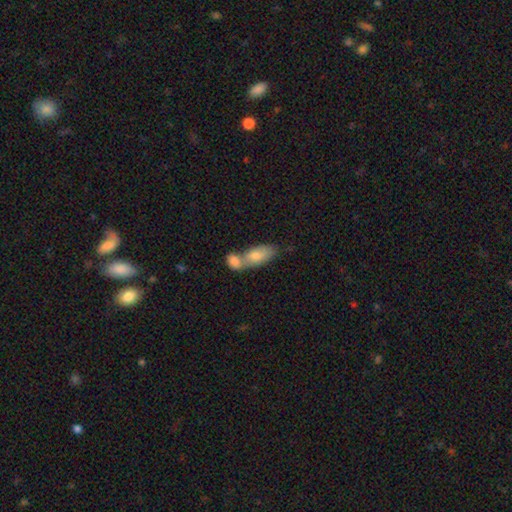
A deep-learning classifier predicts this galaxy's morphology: Smooth or featured? smooth (75%)
How rounded? in between (85%)
Merging? merger (61%)